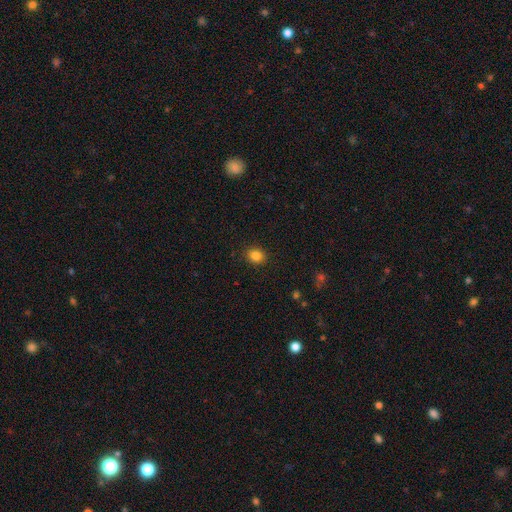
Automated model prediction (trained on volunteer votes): Overall: smooth (84%). How rounded: round (60%; in between 39%). Merging: none (90%).